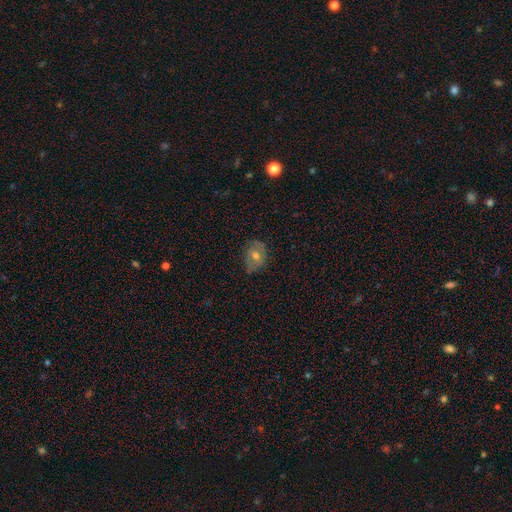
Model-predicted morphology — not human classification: This is marginally a smooth galaxy (45%). Merging: likely none (73%).